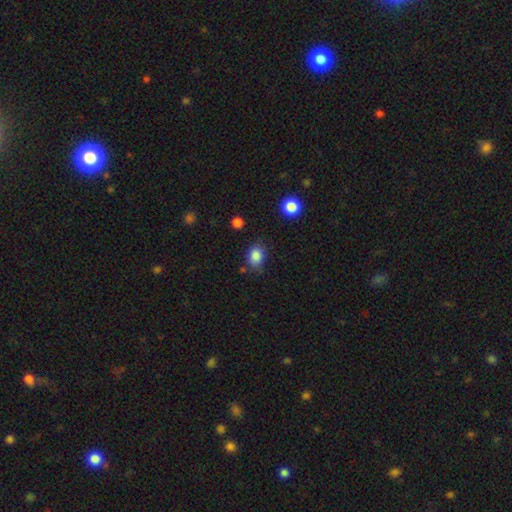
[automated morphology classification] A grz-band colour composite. It shows a smooth galaxy with no disk features (86%) that is in between round and cigar-shaped (62%). Merging: none (73%).